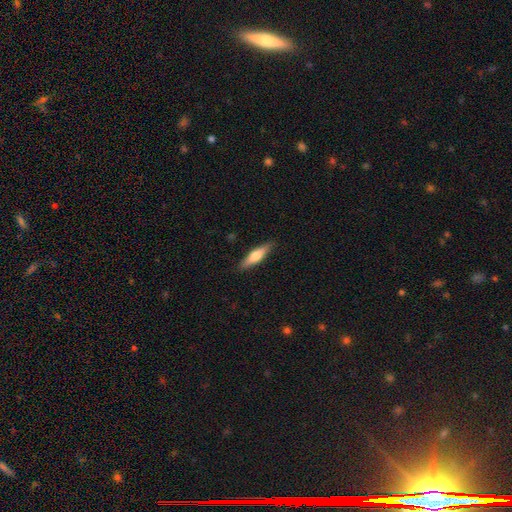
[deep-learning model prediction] Smooth or featured?
  - smooth: 58% *
  - featured or disk: 37%
  - star or artifact: 5%
How rounded?
  - cigar-shaped: 73% *
  - in between: 26%
  - round: 2%
Merging?
  - none: 88% *
  - minor disturbance: 9%
  - major disturbance: 2%
  - merger: 1%